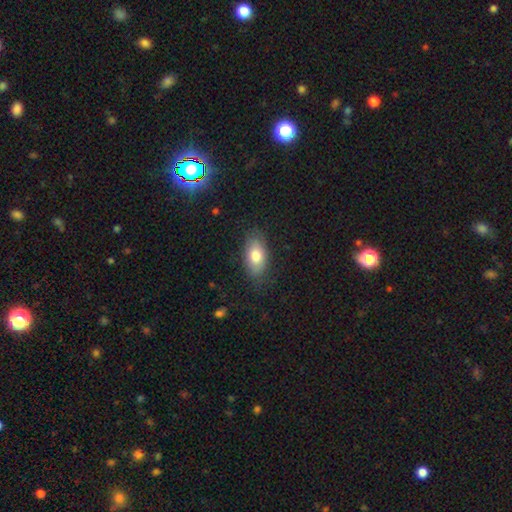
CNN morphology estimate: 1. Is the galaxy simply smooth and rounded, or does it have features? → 77% smooth, 15% featured or disk, 7% star or artifact.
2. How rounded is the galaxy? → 90% in between, 6% round, 4% cigar-shaped.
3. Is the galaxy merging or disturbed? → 81% none, 14% minor disturbance, 4% major disturbance, 1% merger.